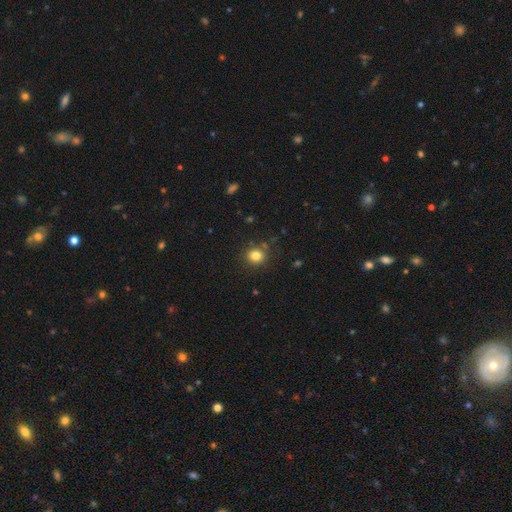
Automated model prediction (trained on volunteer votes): This is clearly a smooth galaxy (81%). How rounded: likely round (80%). Merging: clearly none (84%).